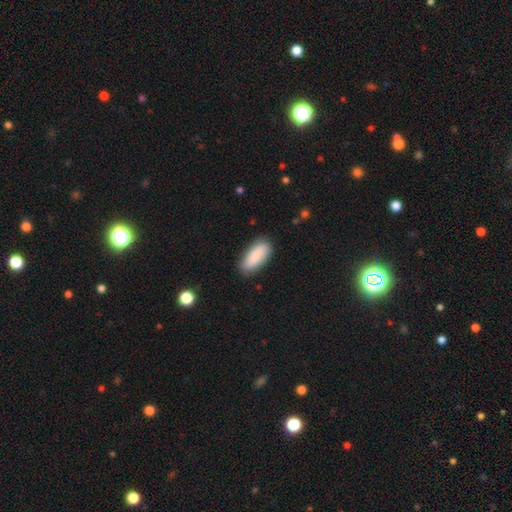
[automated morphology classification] smooth-or-featured: smooth: 84% | featured or disk: 11% | star or artifact: 6%
  how-rounded: in between: 81% | cigar-shaped: 17% | round: 2%
  merging: none: 83% | minor disturbance: 13% | major disturbance: 2% | merger: 1%